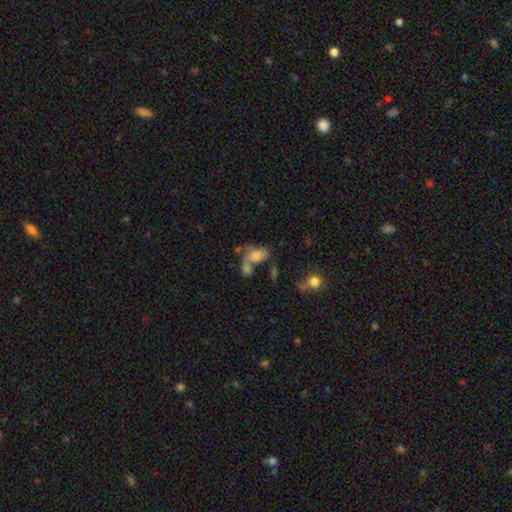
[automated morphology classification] This is likely a smooth galaxy (70%). How rounded: clearly in between (87%). Merging: possibly merger (46%).